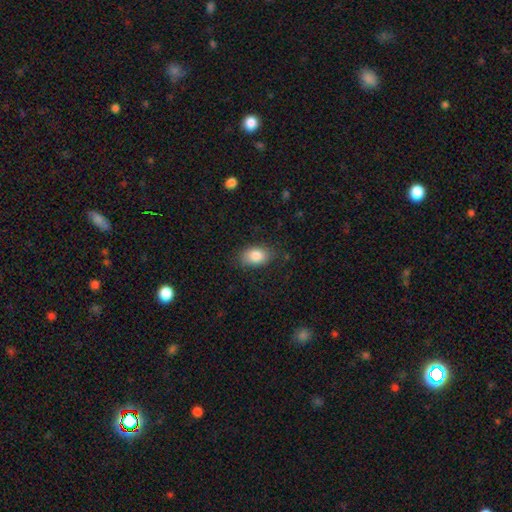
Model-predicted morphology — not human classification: A smooth galaxy with no disk features (84%) that is in between round and cigar-shaped (86%). Merging: none (76%).